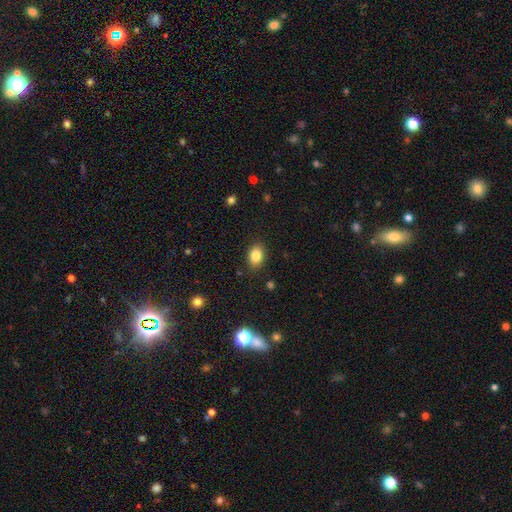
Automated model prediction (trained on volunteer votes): Smooth or featured? smooth (83%)
How rounded? in between (76%)
Merging? none (87%)